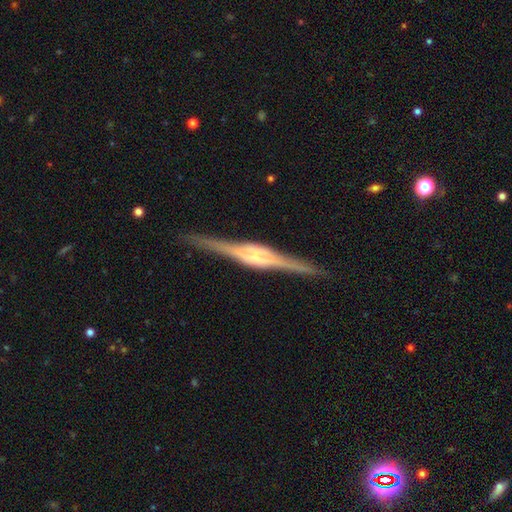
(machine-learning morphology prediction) type=featured or disk (87%); edge-on=yes (98%); edge-on bulge=rounded (57%); merging=none (89%).